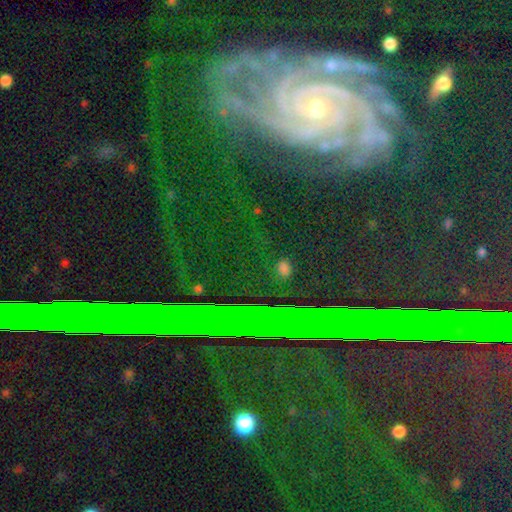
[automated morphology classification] Q: Smooth or featured?
A: featured or disk (47%); runner-up: star or artifact (40%)
Q: Merging?
A: none (80%); runner-up: minor disturbance (11%)